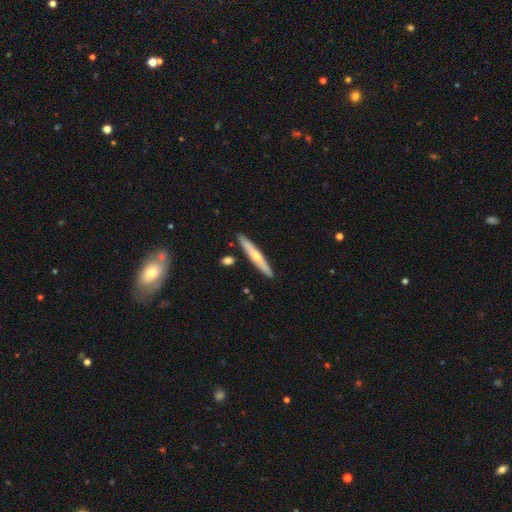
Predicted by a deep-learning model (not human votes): featured or disk 55%, smooth 39%, star or artifact 6%. Down the decision tree: edge-on disk — yes (93%); edge-on bulge — rounded (80%); merging — none (89%).